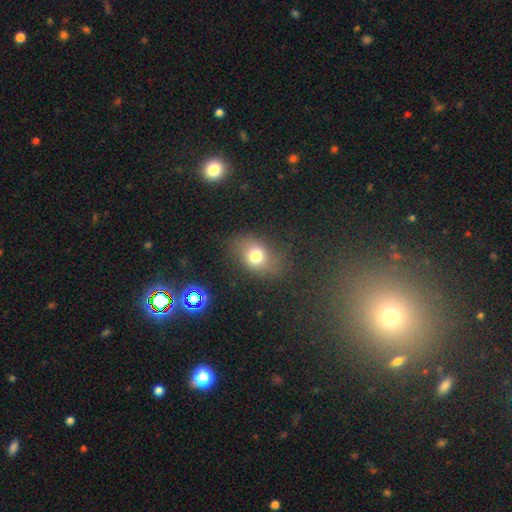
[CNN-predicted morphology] Overall: smooth (72%). How rounded: in between (62%; round 37%). Merging: none (72%).